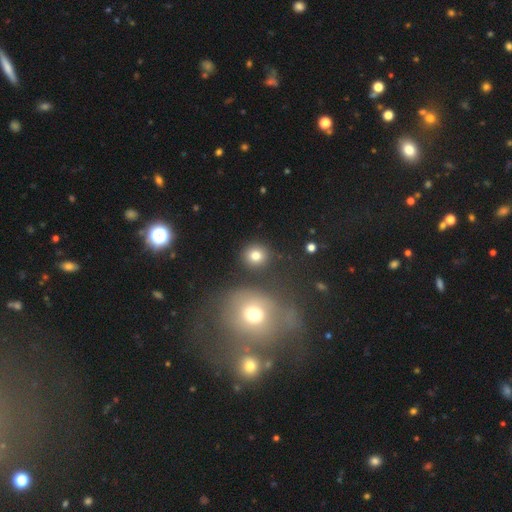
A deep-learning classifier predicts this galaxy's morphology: smooth_or_featured: smooth (p=0.79) [alt: star or artifact p=0.13]
how_rounded: round (p=0.89) [alt: in between p=0.10]
merging: none (p=0.83) [alt: minor disturbance p=0.07]